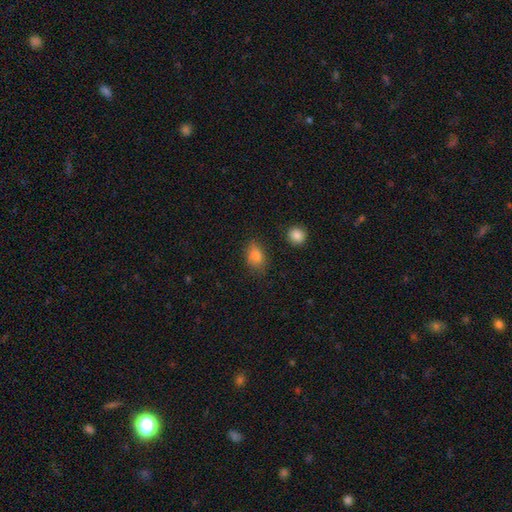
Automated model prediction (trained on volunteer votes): A smooth galaxy with no disk features (81%) that is in between round and cigar-shaped (81%).

Vote fractions:
- Smooth or featured? smooth: 81% / star or artifact: 10% / featured or disk: 9%
- How rounded? in between: 81% / round: 17% / cigar-shaped: 2%
- Merging? none: 77% / minor disturbance: 17% / major disturbance: 4% / merger: 2%